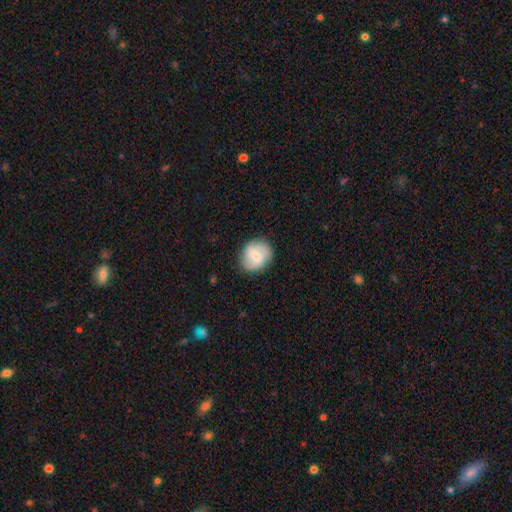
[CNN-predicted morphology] type=smooth (51%); roundness=round (76%); merging=none (81%).